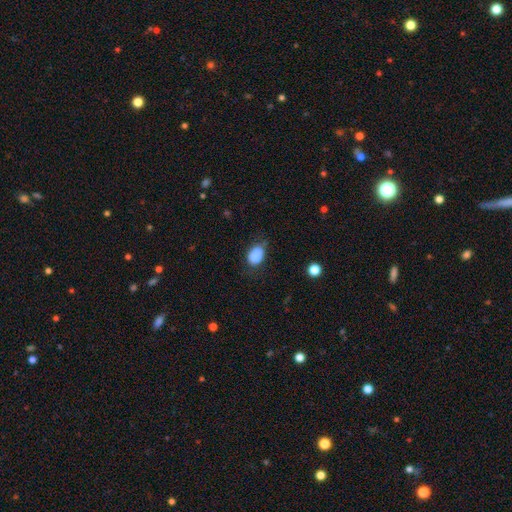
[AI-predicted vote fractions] smooth-or-featured: smooth: 79% | featured or disk: 12% | star or artifact: 10%
  how-rounded: in between: 75% | round: 23% | cigar-shaped: 1%
  merging: none: 53% | minor disturbance: 30% | major disturbance: 10% | merger: 7%